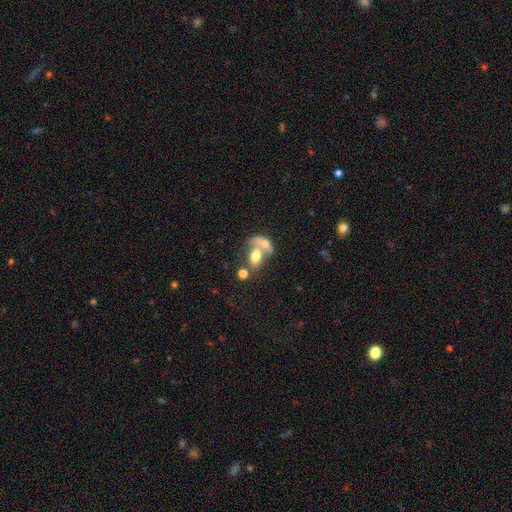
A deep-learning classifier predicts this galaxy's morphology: The model was most divided on "merging": merger: 63%, none: 22%, minor disturbance: 8%, major disturbance: 8%. More confident: how rounded — in between (79%); smooth or featured — smooth (69%).